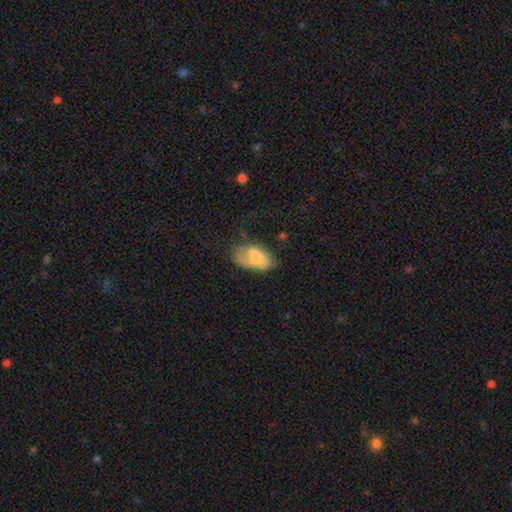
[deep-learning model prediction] The model was most divided on "merging": none: 36%, minor disturbance: 33%, major disturbance: 27%, merger: 4%. More confident: how rounded — in between (93%); smooth or featured — smooth (64%).